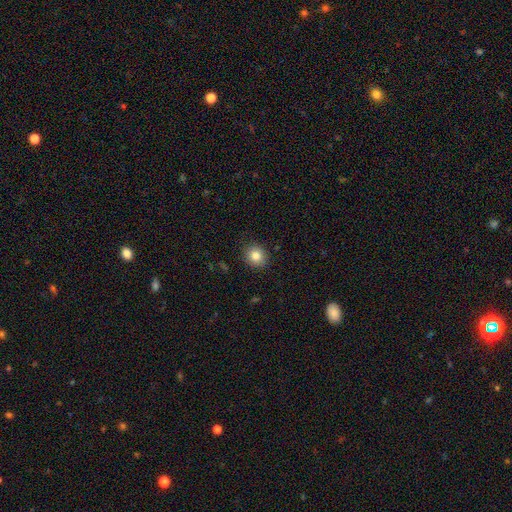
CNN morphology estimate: The model was most divided on "how rounded": round: 74%, in between: 25%, cigar-shaped: 1%. More confident: merging — none (88%); smooth or featured — smooth (84%).